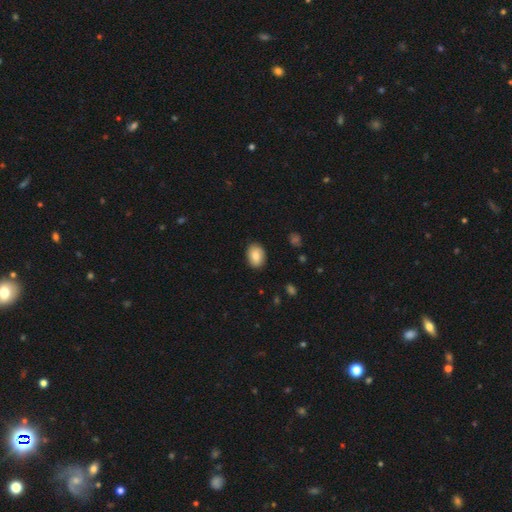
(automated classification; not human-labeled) Smooth or featured?
  - smooth: 84% *
  - featured or disk: 9%
  - star or artifact: 7%
How rounded?
  - in between: 75% *
  - round: 24%
  - cigar-shaped: 1%
Merging?
  - none: 88% *
  - minor disturbance: 9%
  - major disturbance: 2%
  - merger: 1%